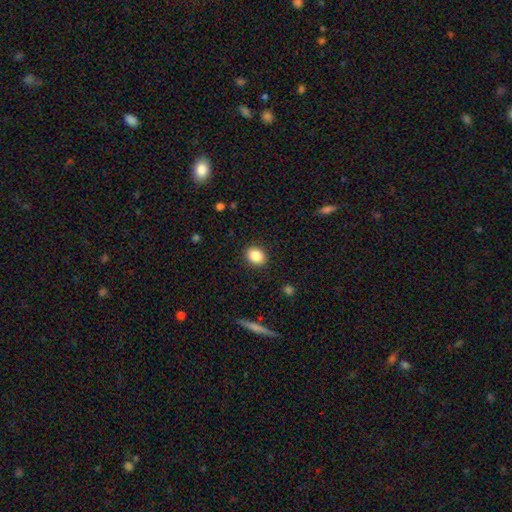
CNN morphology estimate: The model was most divided on "how rounded": round: 54%, in between: 45%, cigar-shaped: 1%. More confident: merging — none (90%); smooth or featured — smooth (86%).